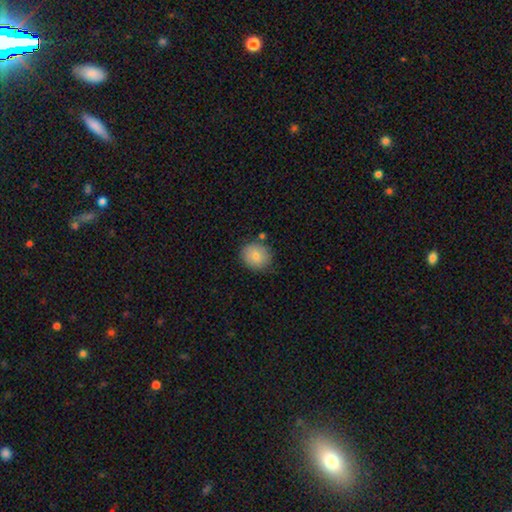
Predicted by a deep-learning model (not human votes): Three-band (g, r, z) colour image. It shows a smooth galaxy with no disk features (82%) that is round (74%). Merging: none (79%).